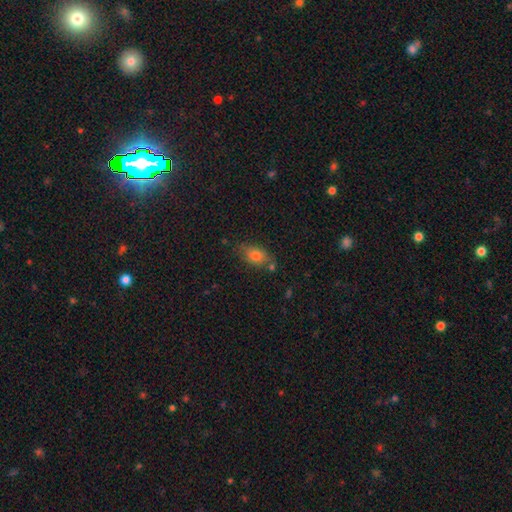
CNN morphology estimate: smooth 78%, featured or disk 12%, star or artifact 10%. Down the decision tree: how rounded — in between (82%); merging — none (67%).